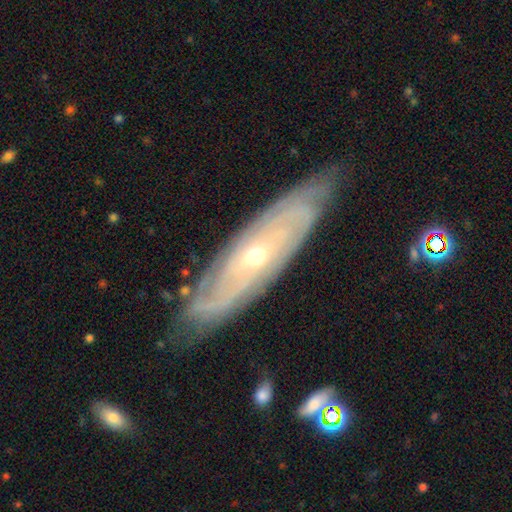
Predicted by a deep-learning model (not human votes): This appears to be a featured or disk galaxy (83%) with no bar (72%), tight (78%) spiral arms (92%) and a small central bulge (60%). Merging: none (79%).